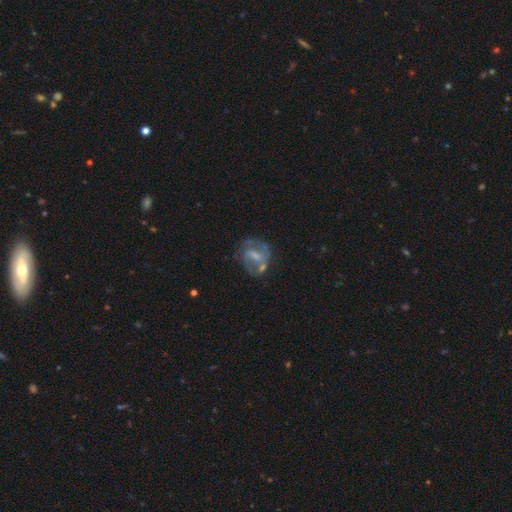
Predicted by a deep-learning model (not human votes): The model was most divided on "bulge size": small: 37%, moderate: 30%, none: 26%, large: 5%, dominant: 1%. Remaining: edge-on disk — no (97%); spiral arms — yes (83%); smooth or featured — featured or disk (75%); spiral arm count — 2 (73%); merging — none (55%); spiral winding — medium (51%); bar — weak (50%).